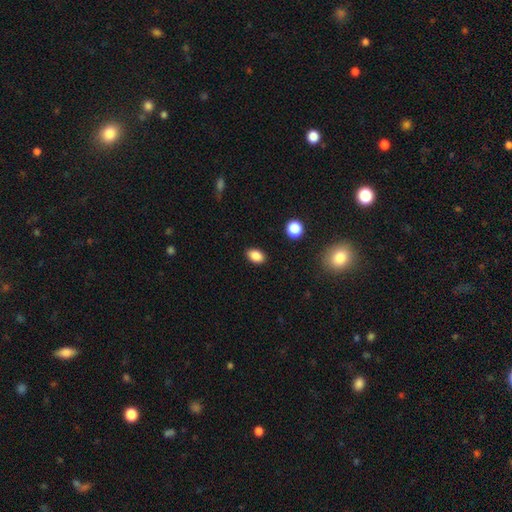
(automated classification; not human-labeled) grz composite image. It shows a smooth galaxy with no disk features (86%) that is in between round and cigar-shaped (83%). Merging: none (88%).